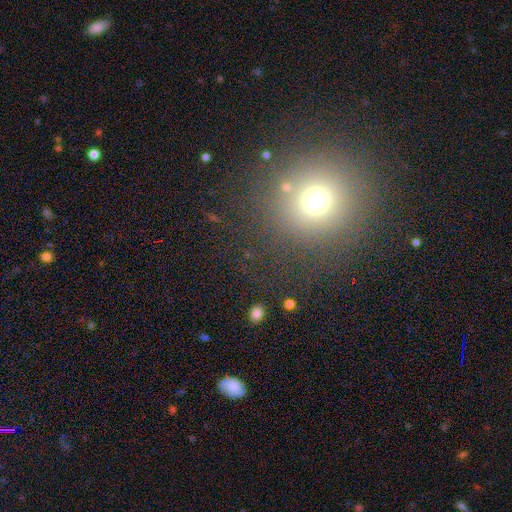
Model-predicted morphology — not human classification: Q: Smooth or featured?
A: smooth (61%); runner-up: star or artifact (30%)
Q: How rounded?
A: round (91%); runner-up: in between (8%)
Q: Merging?
A: none (87%); runner-up: minor disturbance (7%)